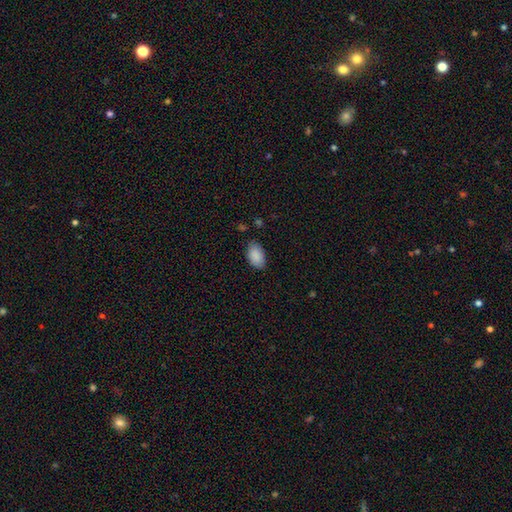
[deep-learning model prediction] Overall: smooth (89%). How rounded: in between (94%). Merging: none (81%).